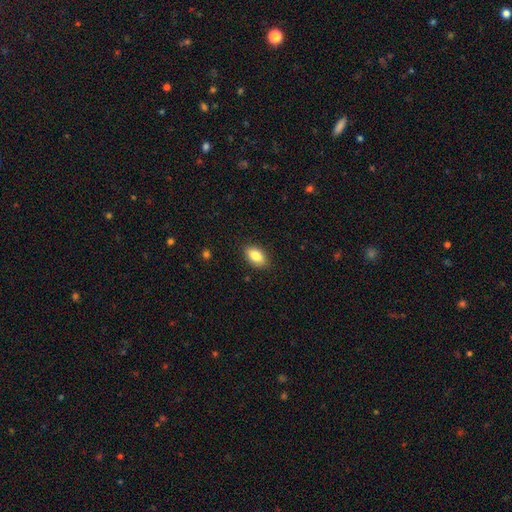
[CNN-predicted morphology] smooth 84%, featured or disk 8%, star or artifact 8%. Down the decision tree: how rounded — in between (90%); merging — none (87%).